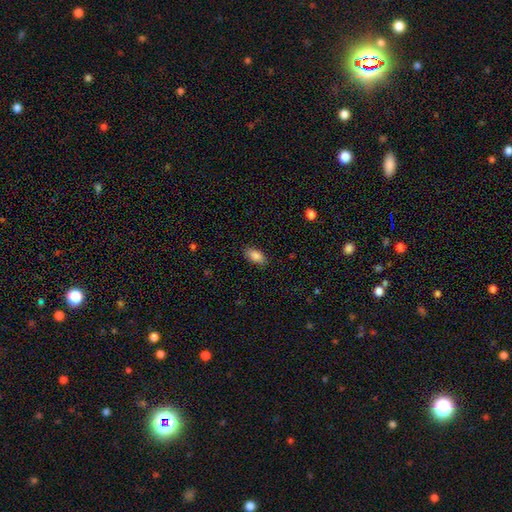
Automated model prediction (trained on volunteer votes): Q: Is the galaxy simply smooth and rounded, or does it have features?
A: smooth — 86%.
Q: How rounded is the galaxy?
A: in between — 91%.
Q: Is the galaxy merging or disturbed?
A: none — 87%.